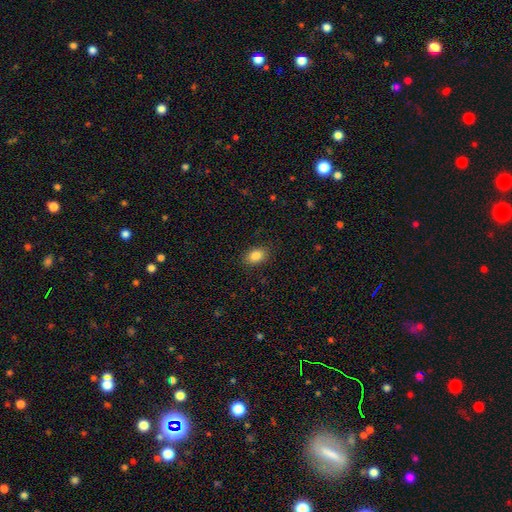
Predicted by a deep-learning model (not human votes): Smooth or featured? Predicted: smooth (p=0.85). How rounded? Predicted: in between (p=0.82). Merging? Predicted: none (p=0.87).